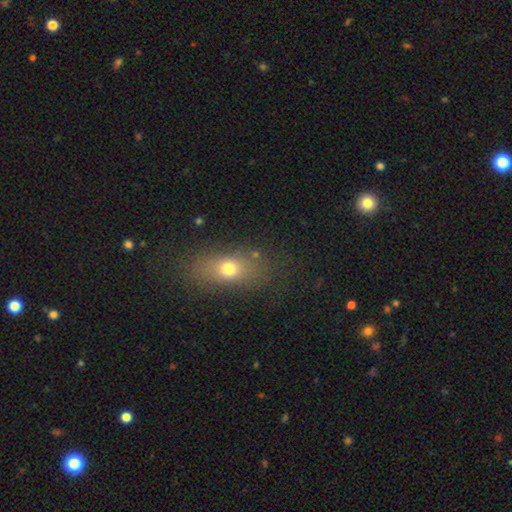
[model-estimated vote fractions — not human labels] This is likely a smooth galaxy (68%). How rounded: likely in between (69%). Merging: likely none (77%).